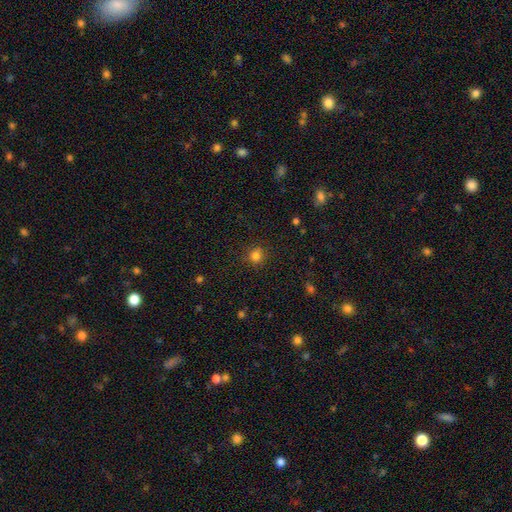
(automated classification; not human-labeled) This appears to be a smooth galaxy with no disk features (80%) that is round (85%). Merging: none (86%).